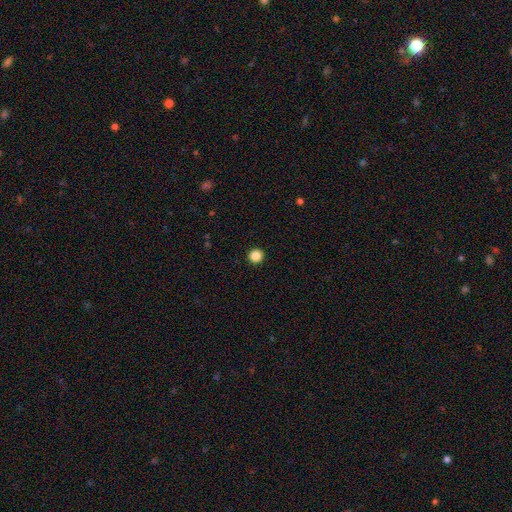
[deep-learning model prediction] Smooth or featured? Predicted: smooth (p=0.87). How rounded? Predicted: round (p=0.95). Merging? Predicted: none (p=0.94).